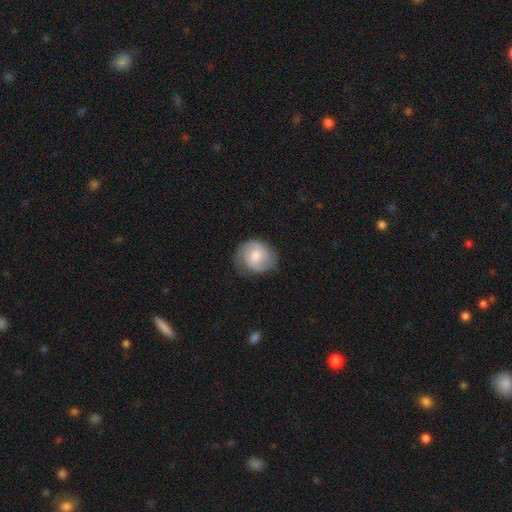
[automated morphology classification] This appears to be a featured or disk galaxy (54%) with no bar (52%), spiral arms (86%) and a moderate central bulge (63%). Merging: none (65%).